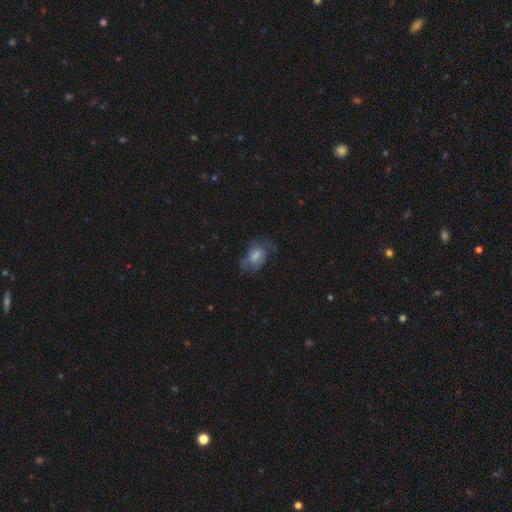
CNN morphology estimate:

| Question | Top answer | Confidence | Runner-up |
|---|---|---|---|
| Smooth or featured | smooth | 47% | featured or disk (44%) |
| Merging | none | 41% | major disturbance (31%) |